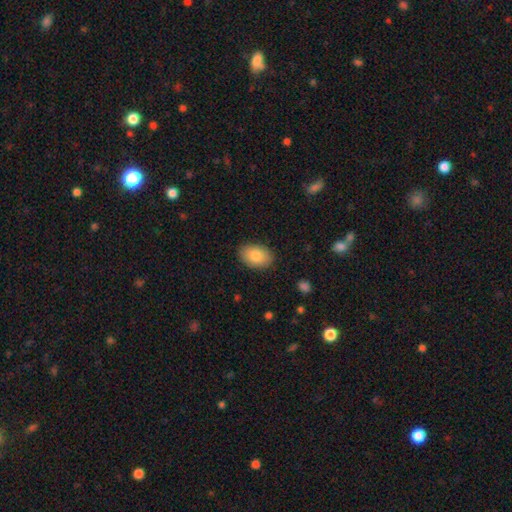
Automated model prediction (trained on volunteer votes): Smooth or featured: smooth — 84% (featured or disk — 9%)
How rounded: in between — 87% (round — 12%)
Merging: none — 87% (minor disturbance — 10%)